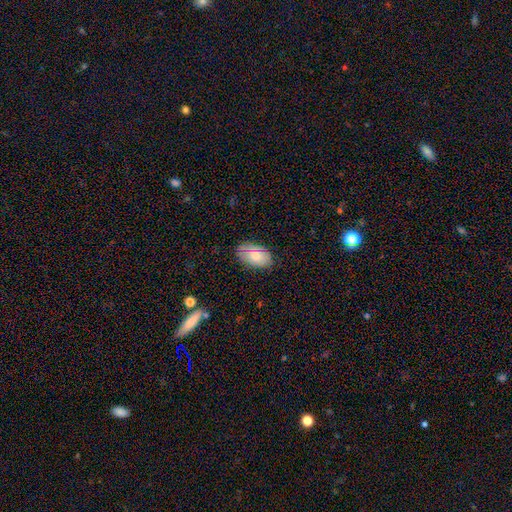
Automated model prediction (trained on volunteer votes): A smooth galaxy with no disk features (74%) that is in between round and cigar-shaped (93%). Merging: none (76%).